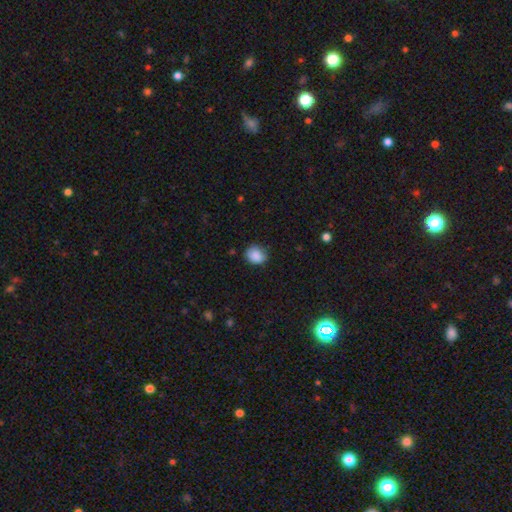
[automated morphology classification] Overall: smooth (87%). How rounded: round (57%; in between 42%). Merging: none (72%).